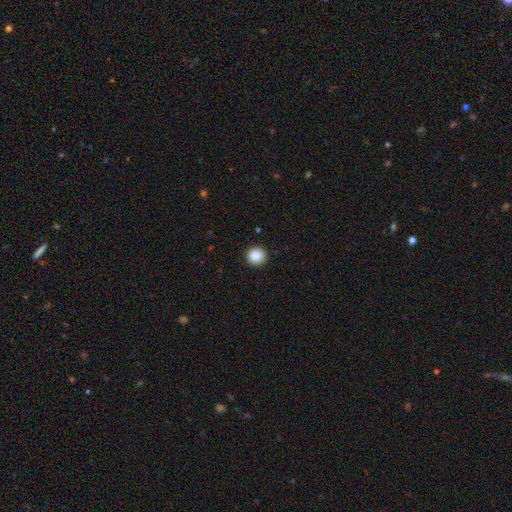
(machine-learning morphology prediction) A smooth galaxy with no disk features (86%) that is round (94%). Merging: none (93%).